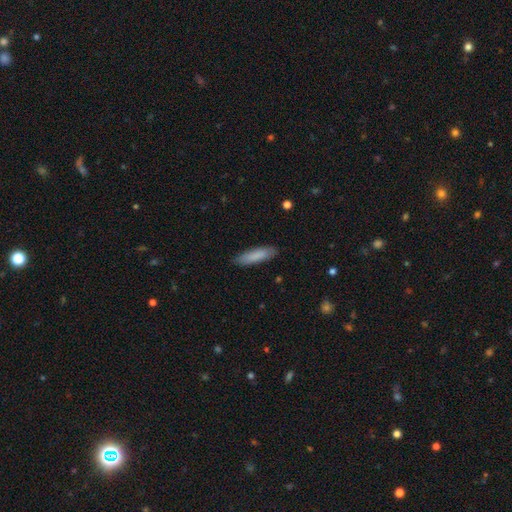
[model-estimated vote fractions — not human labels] Q: Smooth or featured?
A: smooth (85%); runner-up: featured or disk (9%)
Q: How rounded?
A: cigar-shaped (70%); runner-up: in between (29%)
Q: Merging?
A: none (86%); runner-up: minor disturbance (11%)